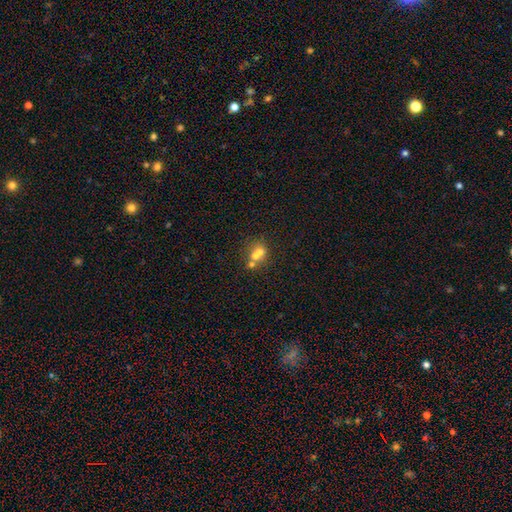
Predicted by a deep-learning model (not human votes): Morphology: type=smooth (59%); roundness=round (69%); merging=merger (56%).